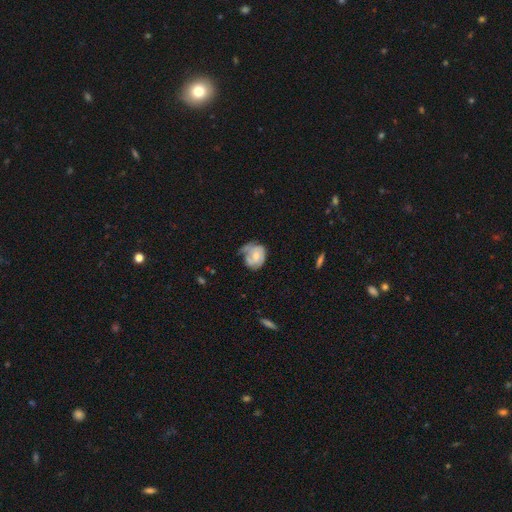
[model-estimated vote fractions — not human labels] Smooth or featured? featured or disk (53%)
Edge-on disk? no (97%)
Bar? no (70%)
Spiral arms? yes (69%)
Bulge size? moderate (46%, tied with small)
Merging? none (38%)